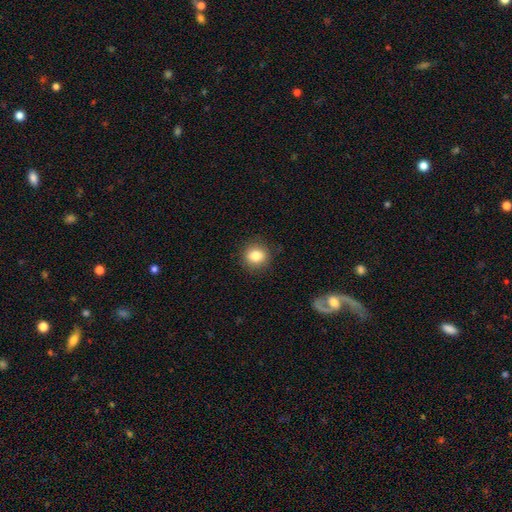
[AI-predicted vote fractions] Morphology: type=smooth (83%); roundness=round (83%); merging=none (89%).